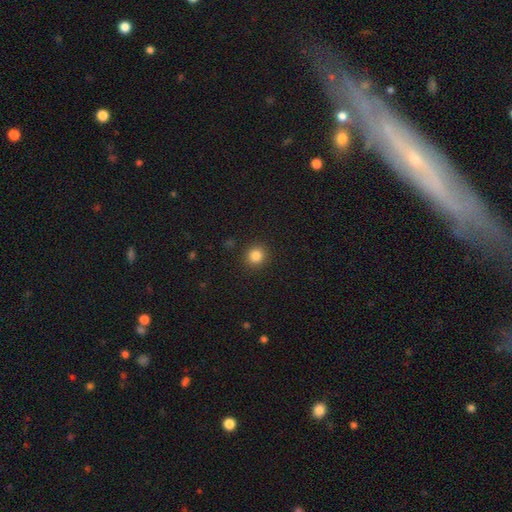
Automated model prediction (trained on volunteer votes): smooth-or-featured: smooth: 85% | star or artifact: 11% | featured or disk: 4%
  how-rounded: round: 92% | in between: 7% | cigar-shaped: 1%
  merging: none: 91% | minor disturbance: 6% | major disturbance: 2% | merger: 1%